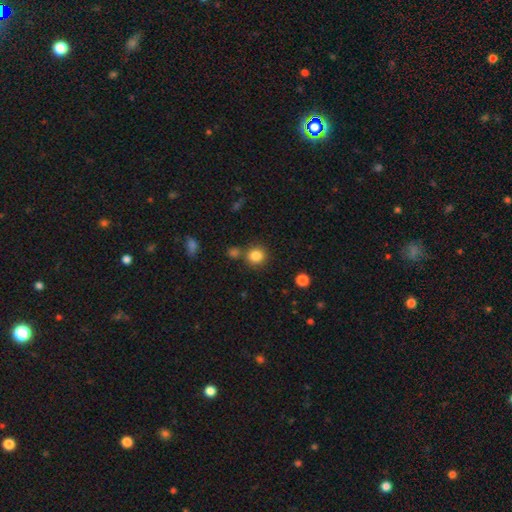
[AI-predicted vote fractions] This appears to be a smooth galaxy with no disk features (84%) that is round (87%). Merging: none (77%).